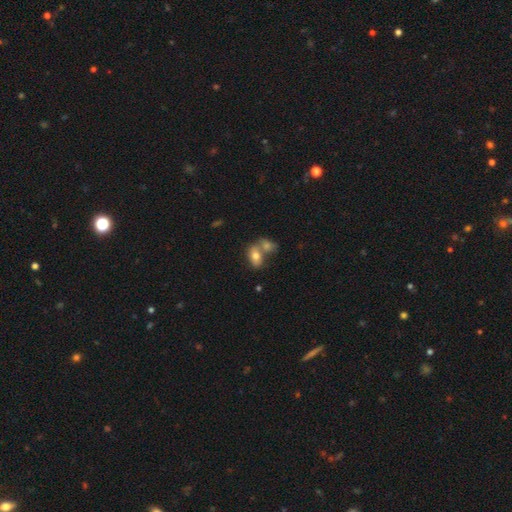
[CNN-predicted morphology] The model was most divided on "merging": merger: 53%, none: 33%, minor disturbance: 10%, major disturbance: 4%. More confident: how rounded — in between (85%); smooth or featured — smooth (74%).